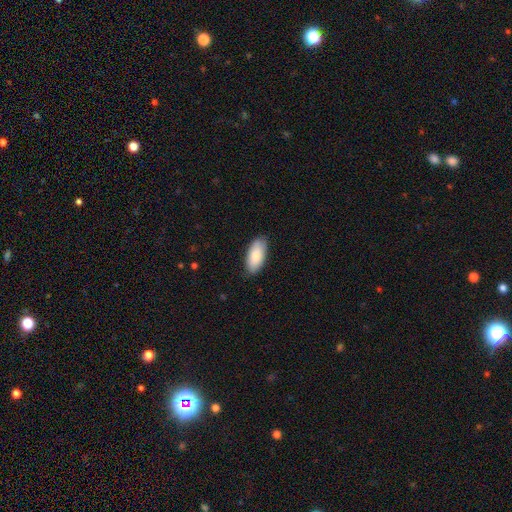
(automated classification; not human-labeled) Smooth or featured?
  - smooth: 81% *
  - featured or disk: 13%
  - star or artifact: 6%
How rounded?
  - in between: 90% *
  - cigar-shaped: 8%
  - round: 2%
Merging?
  - none: 84% *
  - minor disturbance: 13%
  - major disturbance: 2%
  - merger: 1%